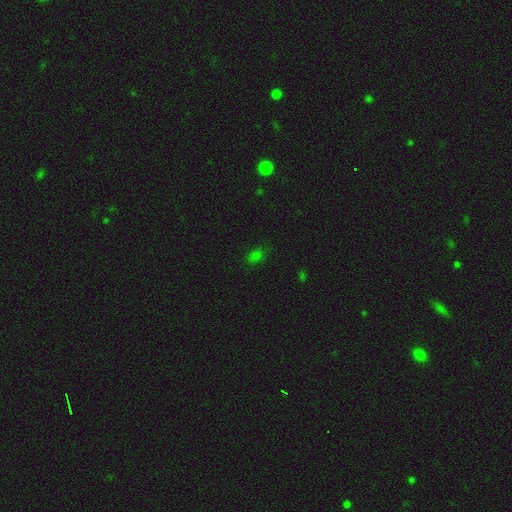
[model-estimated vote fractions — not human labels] smooth 71%, star or artifact 24%, featured or disk 5%. Down the decision tree: how rounded — in between (78%); merging — none (80%).